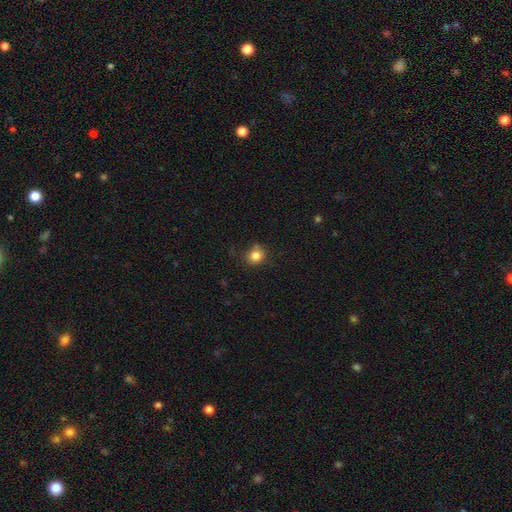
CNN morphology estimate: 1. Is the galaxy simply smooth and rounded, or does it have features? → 83% smooth, 12% star or artifact, 5% featured or disk.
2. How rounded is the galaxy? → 82% round, 18% in between, 1% cigar-shaped.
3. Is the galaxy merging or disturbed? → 75% none, 17% minor disturbance, 4% major disturbance, 4% merger.